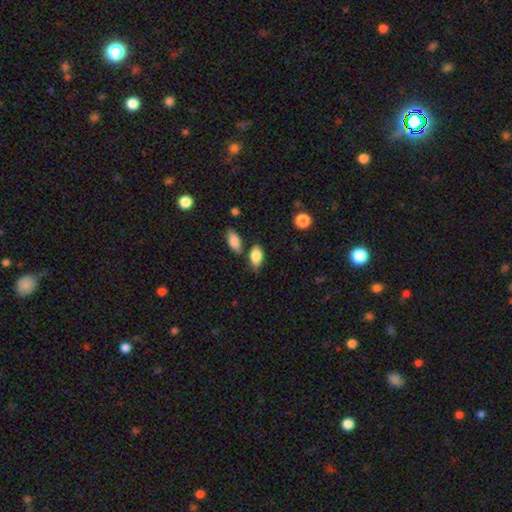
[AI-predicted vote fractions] This is clearly a smooth galaxy (83%). How rounded: clearly in between (89%). Merging: likely none (66%).